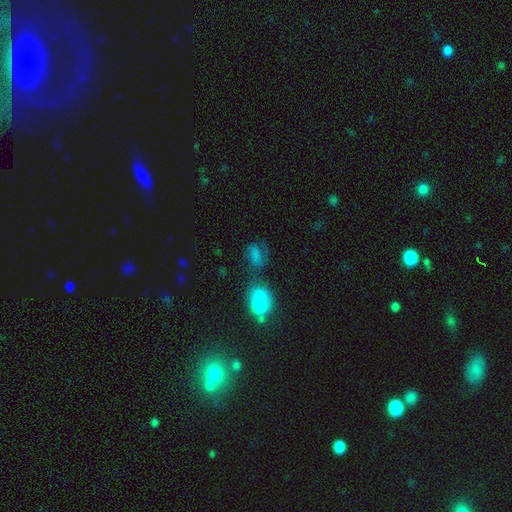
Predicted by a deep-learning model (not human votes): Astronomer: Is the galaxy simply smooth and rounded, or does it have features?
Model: smooth — 62%.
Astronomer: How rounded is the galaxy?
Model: in between — 64%.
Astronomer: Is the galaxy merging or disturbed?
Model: none — 42% (runner-up: merger, 23%).